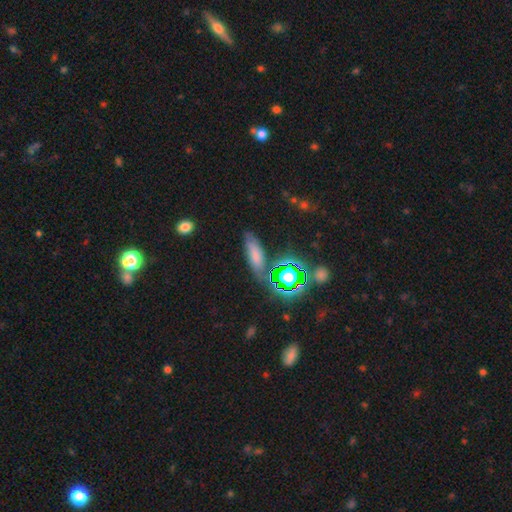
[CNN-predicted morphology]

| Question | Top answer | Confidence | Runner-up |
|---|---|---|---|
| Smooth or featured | smooth | 63% | star or artifact (21%) |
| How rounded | in between | 51% | cigar-shaped (42%) |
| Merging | none | 72% | minor disturbance (17%) |